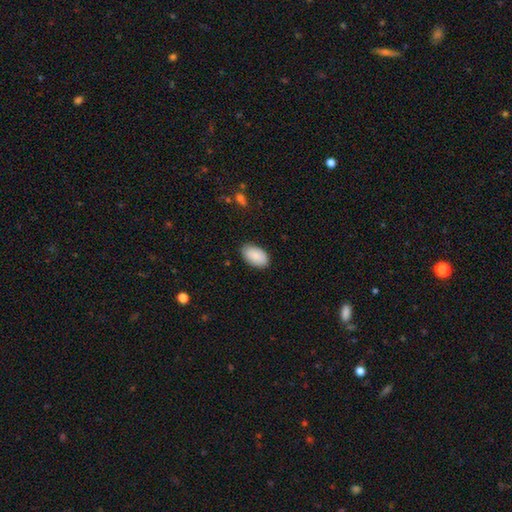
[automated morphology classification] A smooth galaxy with no disk features (89%) that is in between round and cigar-shaped (95%).

Vote fractions:
- Smooth or featured? smooth: 89% / star or artifact: 6% / featured or disk: 5%
- How rounded? in between: 95% / round: 4% / cigar-shaped: 1%
- Merging? none: 86% / minor disturbance: 10% / major disturbance: 2% / merger: 1%